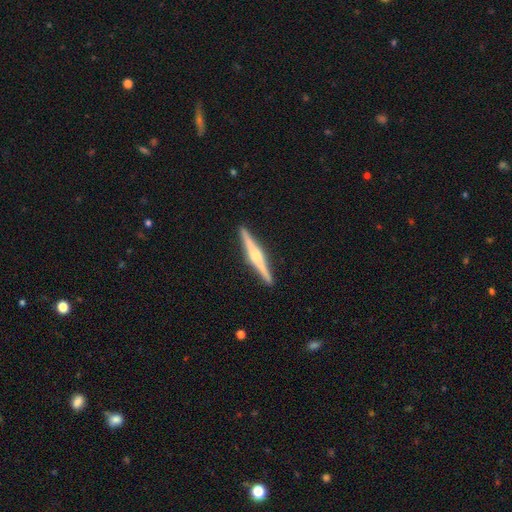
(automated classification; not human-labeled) This appears to be a featured or disk galaxy (80%) viewed edge-on (99%) with a rounded central bulge (89%). Merging: none (92%).